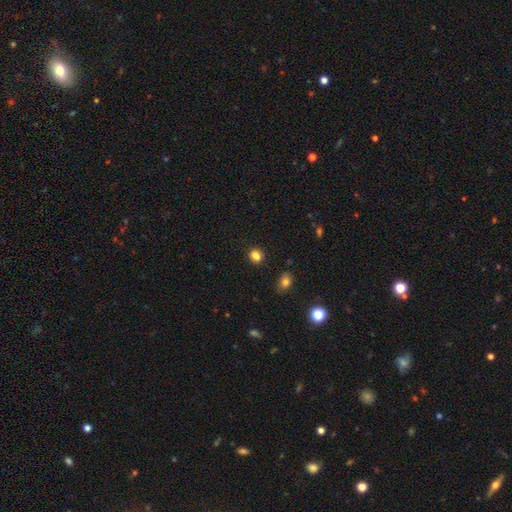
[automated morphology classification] The model was most divided on "how rounded": round: 61%, in between: 38%, cigar-shaped: 1%. More confident: smooth or featured — smooth (83%); merging — none (83%).